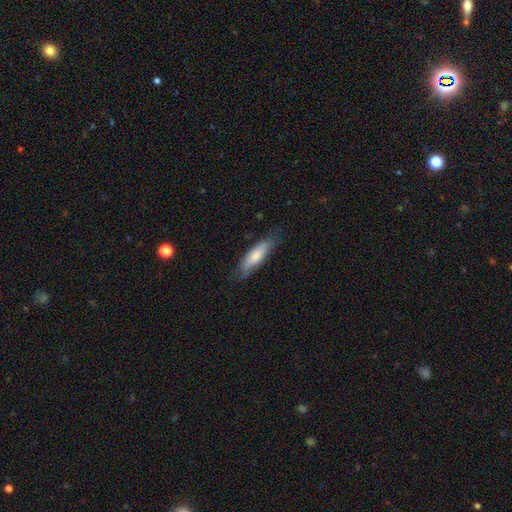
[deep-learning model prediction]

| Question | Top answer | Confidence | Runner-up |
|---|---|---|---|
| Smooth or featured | smooth | 70% | featured or disk (24%) |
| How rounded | cigar-shaped | 53% | in between (45%) |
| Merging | none | 71% | minor disturbance (22%) |